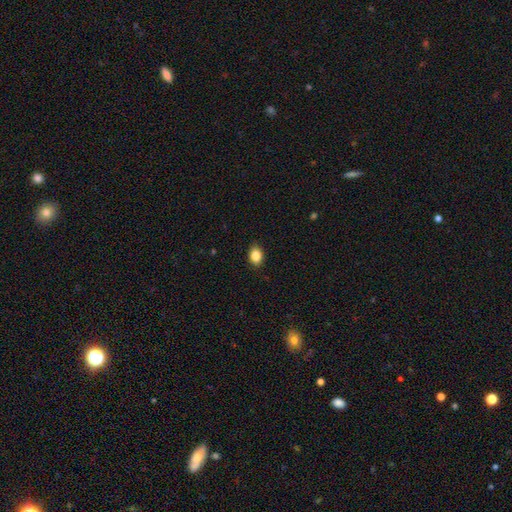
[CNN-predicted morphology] Overall: smooth (86%). How rounded: in between (72%). Merging: none (88%).